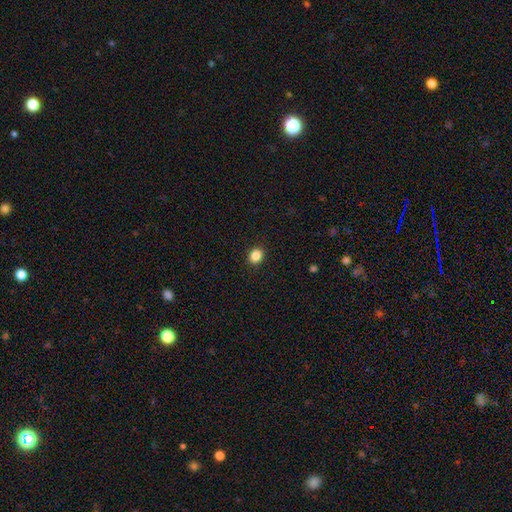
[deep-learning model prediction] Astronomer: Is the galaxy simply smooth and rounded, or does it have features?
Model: smooth — 86%.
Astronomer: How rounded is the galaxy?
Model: round — 64%.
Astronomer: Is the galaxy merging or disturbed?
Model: none — 91%.